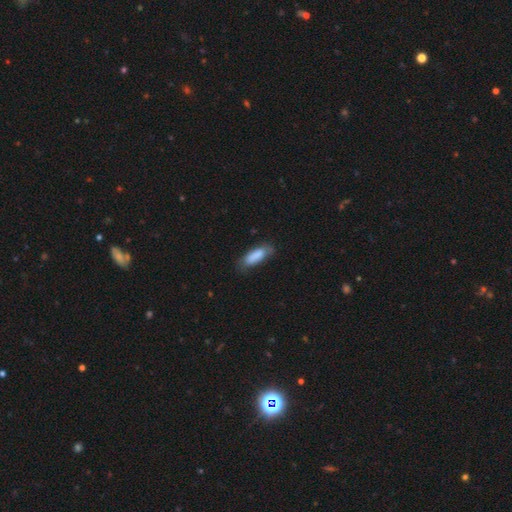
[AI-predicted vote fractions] A smooth galaxy with no disk features (84%) that is in between round and cigar-shaped (60%). Merging: none (70%).